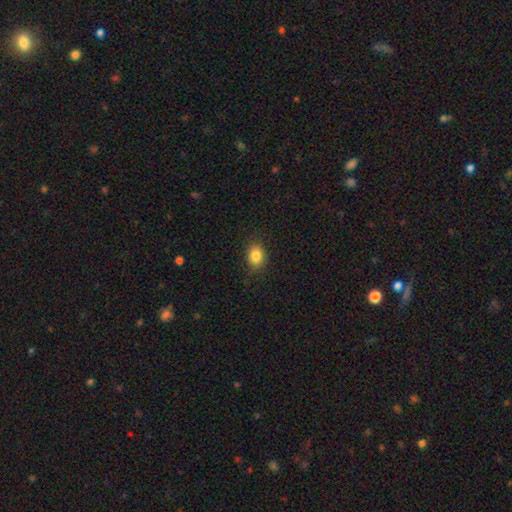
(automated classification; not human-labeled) smooth 84%, star or artifact 10%, featured or disk 6%. Down the decision tree: how rounded — in between (58%); merging — none (84%).